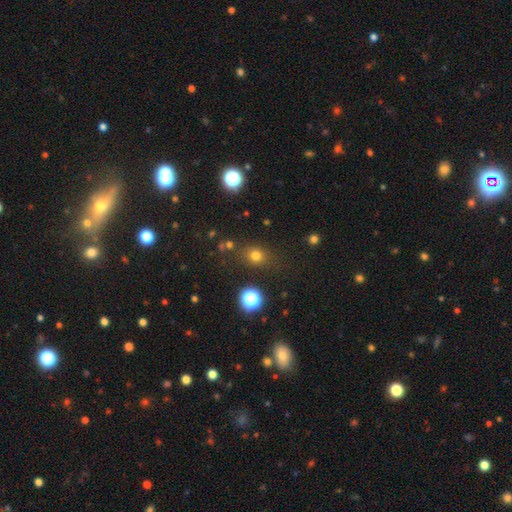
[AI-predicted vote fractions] A smooth galaxy with no disk features (72%) that is round (69%).

Vote fractions:
- Smooth or featured? smooth: 72% / star or artifact: 21% / featured or disk: 7%
- How rounded? round: 69% / in between: 29% / cigar-shaped: 1%
- Merging? none: 79% / minor disturbance: 12% / major disturbance: 5% / merger: 4%